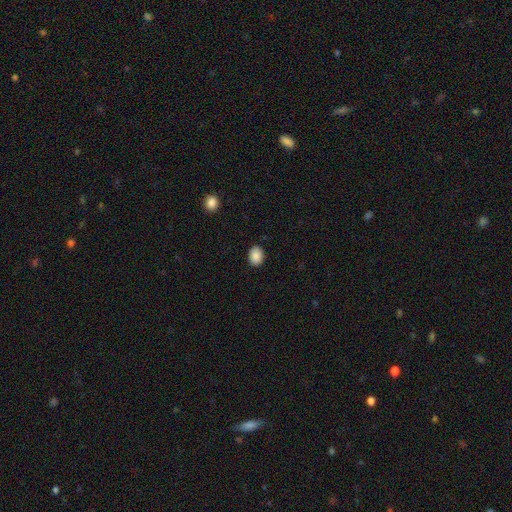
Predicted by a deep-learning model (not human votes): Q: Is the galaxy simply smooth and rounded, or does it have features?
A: smooth — 89%.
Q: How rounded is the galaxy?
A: in between — 65%.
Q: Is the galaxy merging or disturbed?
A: none — 89%.